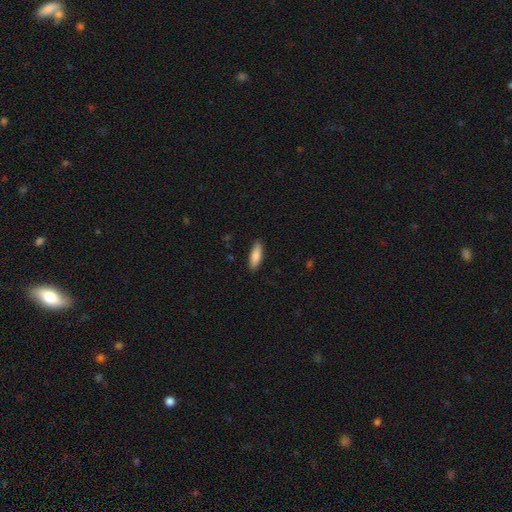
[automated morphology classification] Smooth or featured? Predicted: smooth (p=0.85). How rounded? Predicted: in between (p=0.51). Merging? Predicted: none (p=0.87).